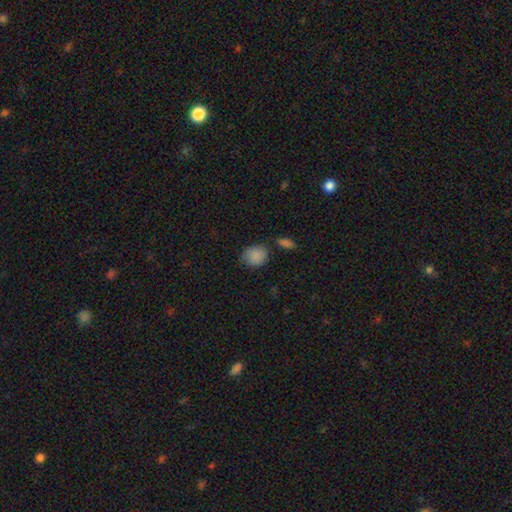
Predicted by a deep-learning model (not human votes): Smooth or featured? Predicted: smooth (p=0.86). How rounded? Predicted: round (p=0.55). Merging? Predicted: none (p=0.63).